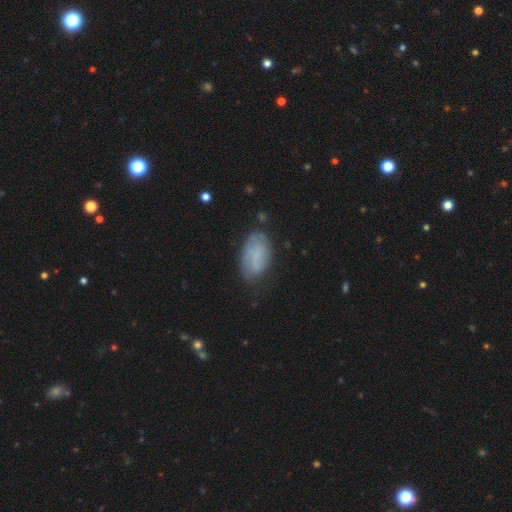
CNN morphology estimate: Smooth or featured?
  - smooth: 56% *
  - featured or disk: 35%
  - star or artifact: 9%
How rounded?
  - in between: 93% *
  - round: 5%
  - cigar-shaped: 3%
Merging?
  - none: 60% *
  - minor disturbance: 28%
  - major disturbance: 9%
  - merger: 3%